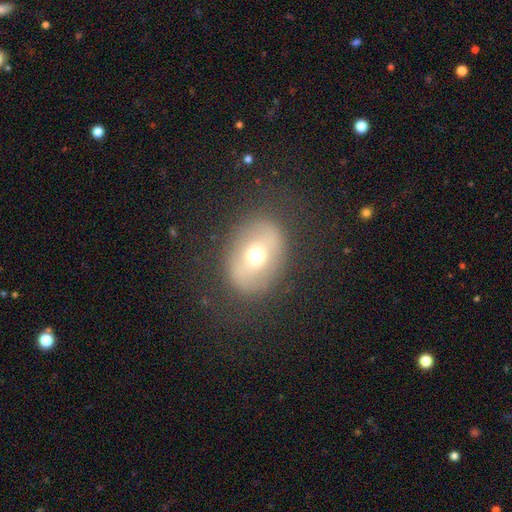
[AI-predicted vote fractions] Q: Smooth or featured?
A: smooth (50%); runner-up: featured or disk (40%)
Q: Merging?
A: none (80%); runner-up: minor disturbance (11%)